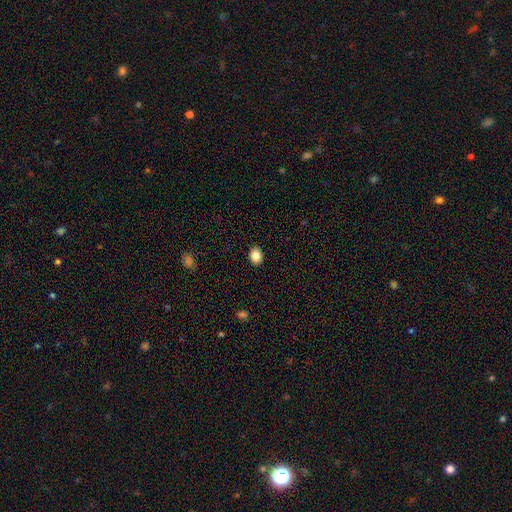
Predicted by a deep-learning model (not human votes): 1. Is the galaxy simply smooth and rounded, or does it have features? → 86% smooth, 9% star or artifact, 4% featured or disk.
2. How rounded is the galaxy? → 53% in between, 46% round, 1% cigar-shaped.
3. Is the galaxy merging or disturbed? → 90% none, 7% minor disturbance, 2% major disturbance, 1% merger.